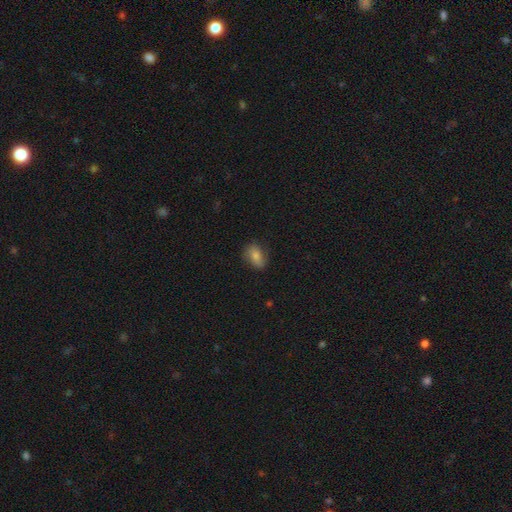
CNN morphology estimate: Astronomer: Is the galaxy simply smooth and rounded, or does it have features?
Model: smooth — 69%.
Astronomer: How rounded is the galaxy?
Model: in between — 75%.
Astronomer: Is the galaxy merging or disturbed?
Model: none — 76%.